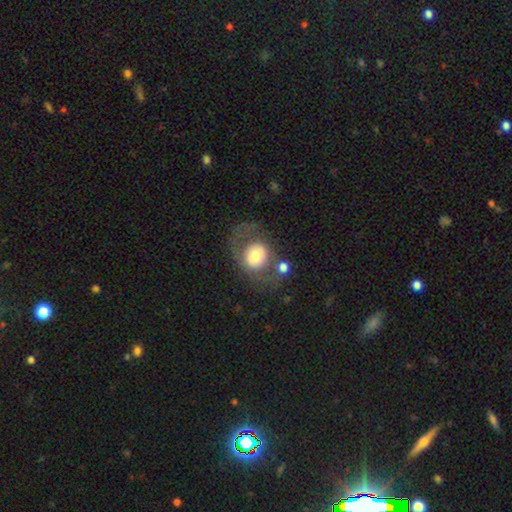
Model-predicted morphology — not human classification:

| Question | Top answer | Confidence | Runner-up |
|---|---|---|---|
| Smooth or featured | smooth | 57% | featured or disk (34%) |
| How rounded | round | 73% | in between (26%) |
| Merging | none | 54% | major disturbance (19%) |